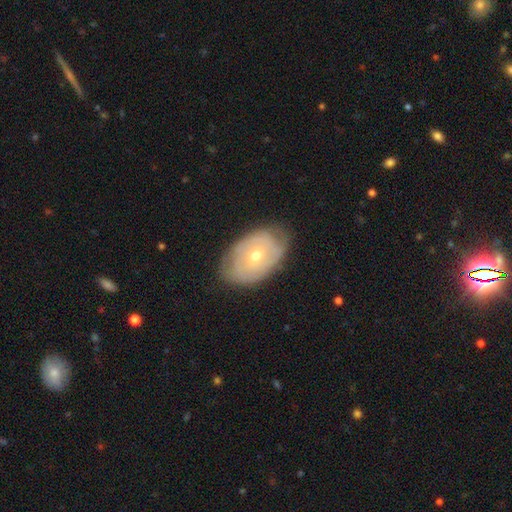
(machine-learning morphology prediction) A featured or disk galaxy (59%) with no bar (80%), spiral arms (59%) and a moderate central bulge (59%). Merging: none (70%).